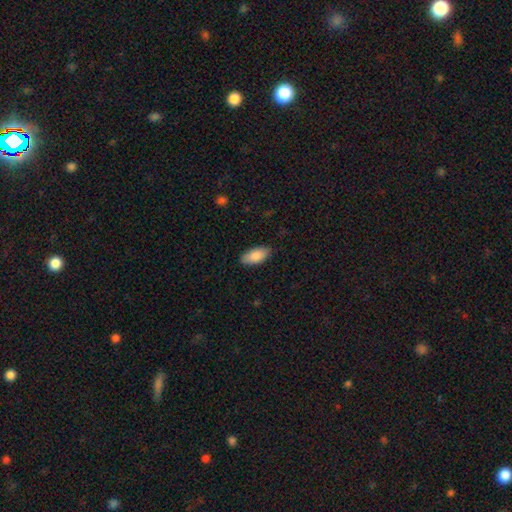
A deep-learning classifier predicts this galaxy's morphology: A smooth galaxy with no disk features (85%) that is in between round and cigar-shaped (91%). Merging: none (85%).